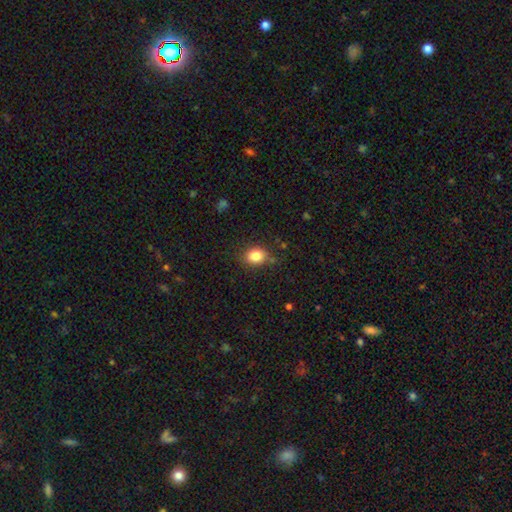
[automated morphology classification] smooth_or_featured: smooth (p=0.85) [alt: star or artifact p=0.10]
how_rounded: in between (p=0.55) [alt: round p=0.44]
merging: none (p=0.77) [alt: minor disturbance p=0.16]